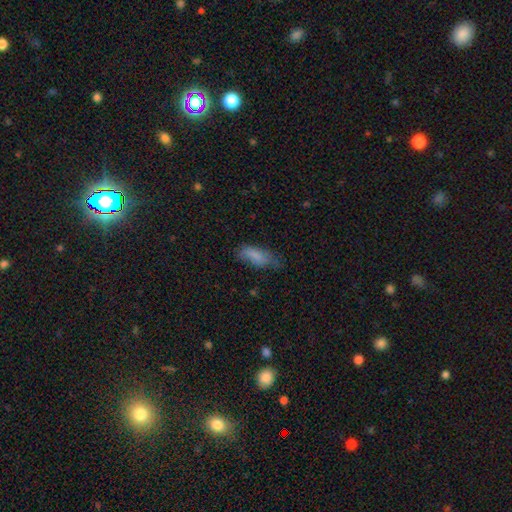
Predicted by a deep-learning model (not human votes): Smooth or featured? smooth (77%)
How rounded? in between (74%)
Merging? none (50%)